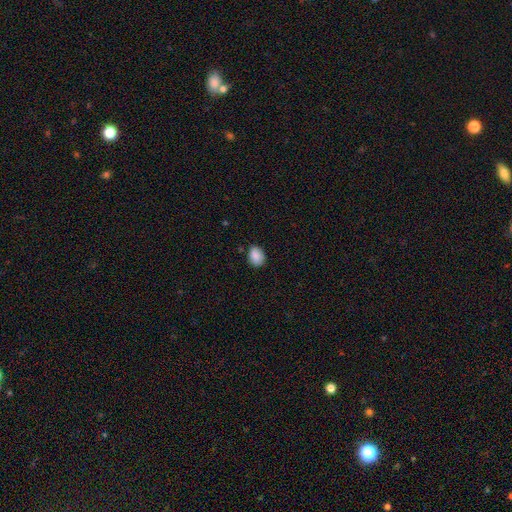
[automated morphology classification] smooth_or_featured: smooth (p=0.88) [alt: star or artifact p=0.08]
how_rounded: in between (p=0.71) [alt: round p=0.28]
merging: none (p=0.79) [alt: minor disturbance p=0.17]